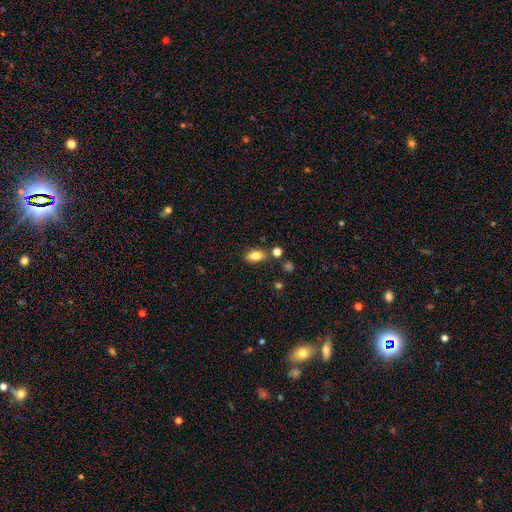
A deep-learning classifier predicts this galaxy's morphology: smooth-or-featured: smooth: 83% | featured or disk: 9% | star or artifact: 9%
  how-rounded: in between: 88% | round: 7% | cigar-shaped: 5%
  merging: none: 78% | minor disturbance: 12% | merger: 8% | major disturbance: 3%